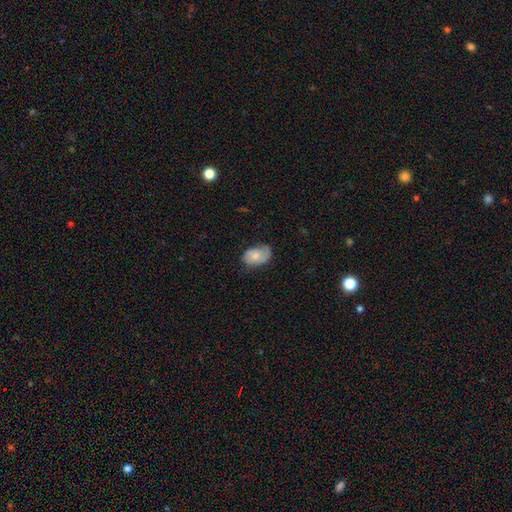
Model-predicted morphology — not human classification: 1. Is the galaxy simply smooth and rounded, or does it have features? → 67% smooth, 26% featured or disk, 7% star or artifact.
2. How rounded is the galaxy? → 88% in between, 11% round, 1% cigar-shaped.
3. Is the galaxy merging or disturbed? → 56% none, 33% minor disturbance, 10% major disturbance, 1% merger.